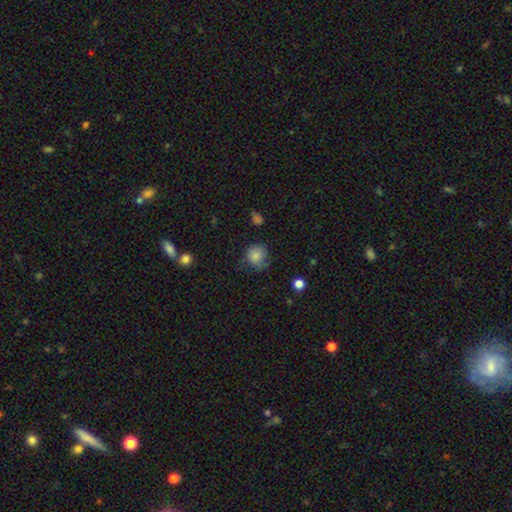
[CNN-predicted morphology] smooth 81%, star or artifact 10%, featured or disk 9%. Down the decision tree: how rounded — round (84%); merging — none (59%).